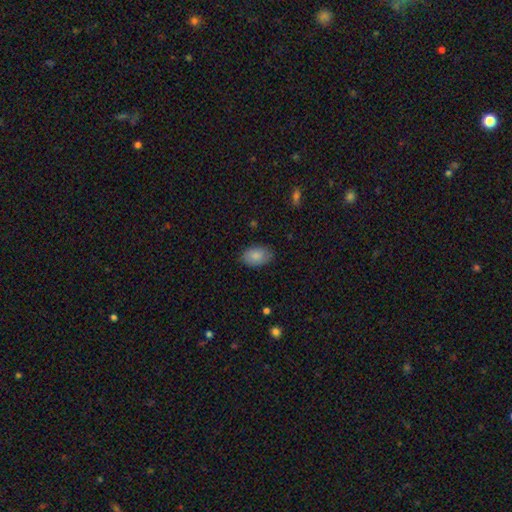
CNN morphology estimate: Smooth or featured: smooth — 87% (star or artifact — 7%)
How rounded: in between — 91% (round — 8%)
Merging: none — 83% (minor disturbance — 13%)